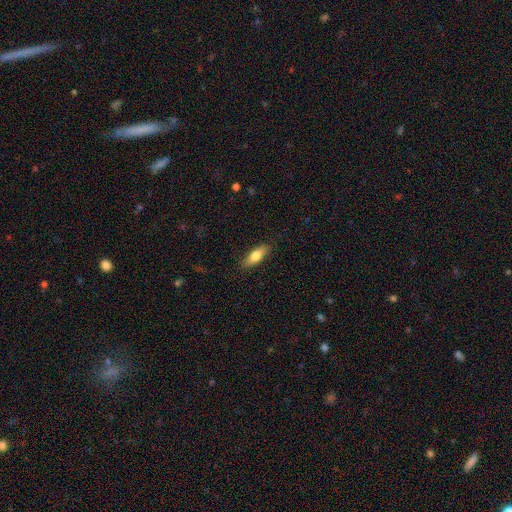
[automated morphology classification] Smooth or featured?
  - smooth: 70% *
  - featured or disk: 24%
  - star or artifact: 6%
How rounded?
  - in between: 57% *
  - cigar-shaped: 40%
  - round: 3%
Merging?
  - none: 86% *
  - minor disturbance: 10%
  - major disturbance: 2%
  - merger: 1%